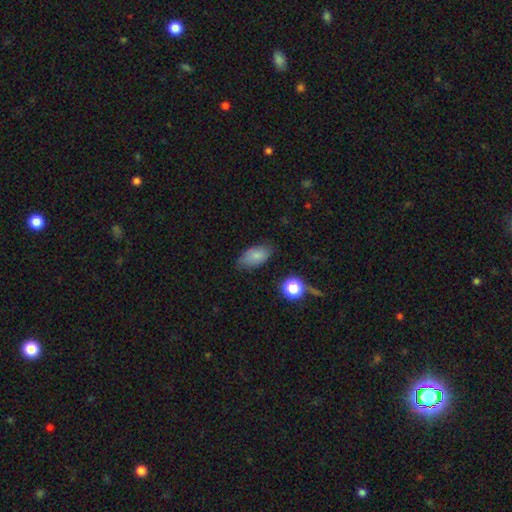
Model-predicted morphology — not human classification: Smooth or featured? Predicted: smooth (p=0.77). How rounded? Predicted: in between (p=0.91). Merging? Predicted: none (p=0.71).